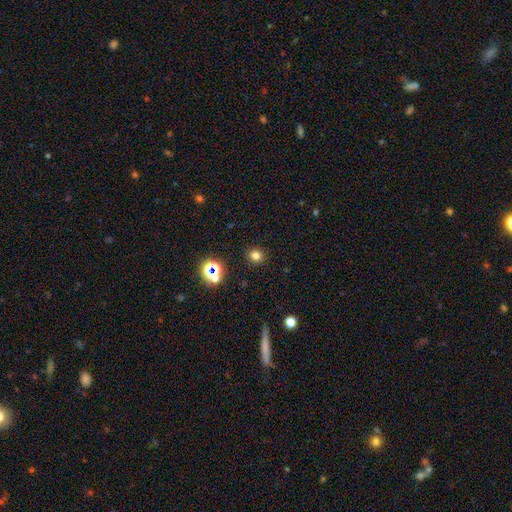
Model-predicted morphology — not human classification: Overall: smooth (75%). How rounded: round (90%). Merging: none (91%).